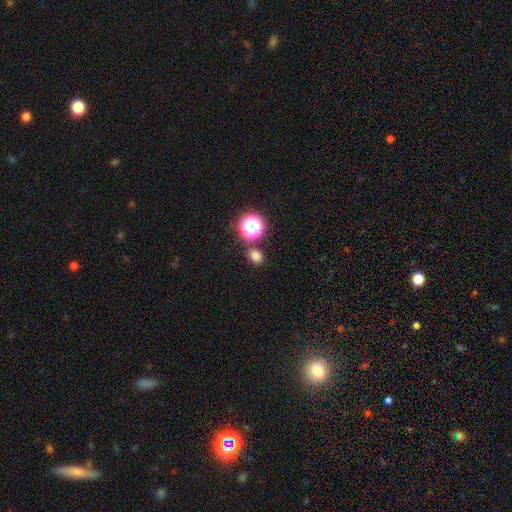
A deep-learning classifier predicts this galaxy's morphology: type=smooth (74%); roundness=round (62%); merging=none (77%).